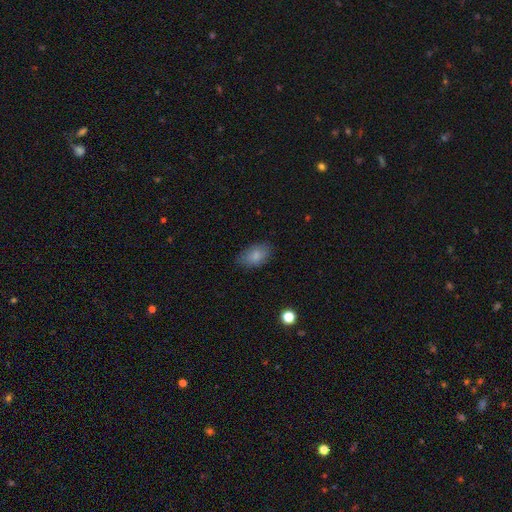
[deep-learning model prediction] Morphology: type=smooth (83%); roundness=in between (91%); merging=none (77%).